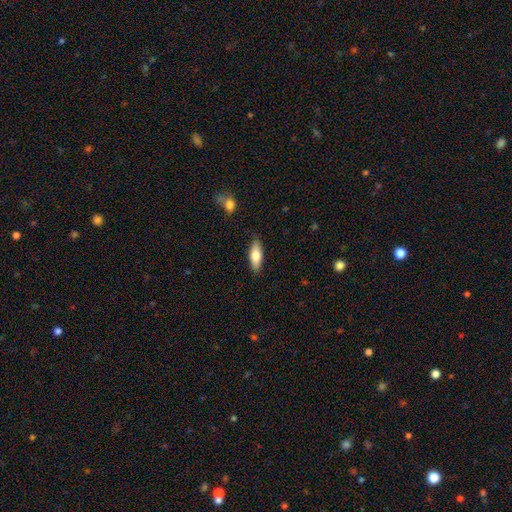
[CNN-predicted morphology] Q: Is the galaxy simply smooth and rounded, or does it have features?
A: smooth — 73%.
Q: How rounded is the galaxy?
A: in between — 67%.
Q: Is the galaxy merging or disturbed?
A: none — 86%.